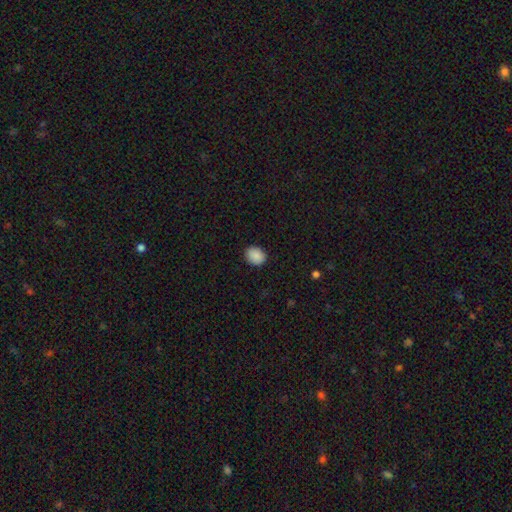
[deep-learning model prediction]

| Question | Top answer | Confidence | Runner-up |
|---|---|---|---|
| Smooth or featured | smooth | 89% | star or artifact (8%) |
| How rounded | round | 51% | in between (48%) |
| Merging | none | 88% | minor disturbance (9%) |